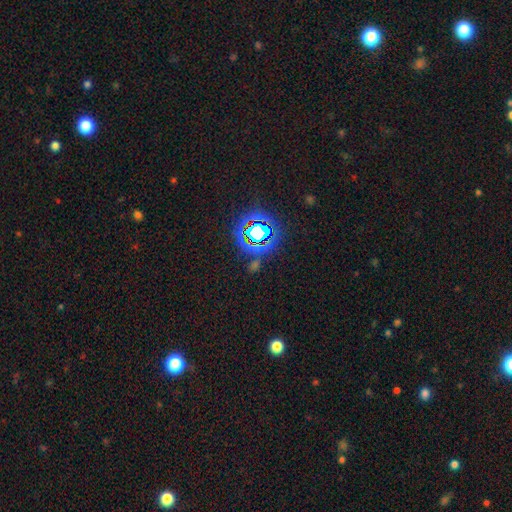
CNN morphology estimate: This is clearly a star or artifact rather than a galaxy (80%).